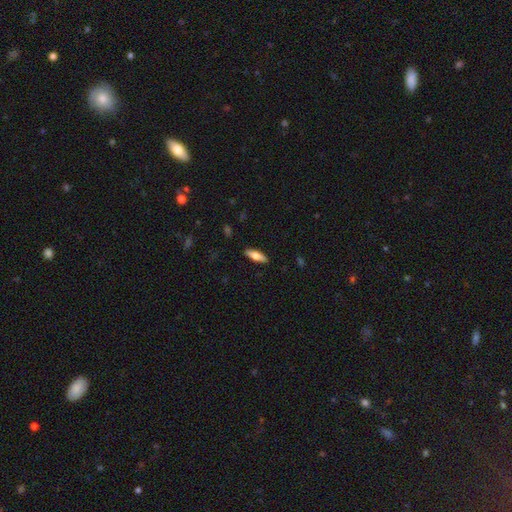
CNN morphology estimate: Smooth or featured? smooth (61%)
How rounded? in between (52%)
Merging? none (90%)